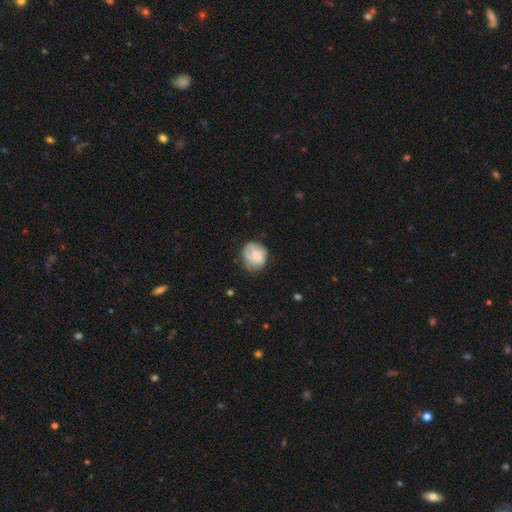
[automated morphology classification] A smooth galaxy with no disk features (63%) that is round (75%). Merging: none (60%).